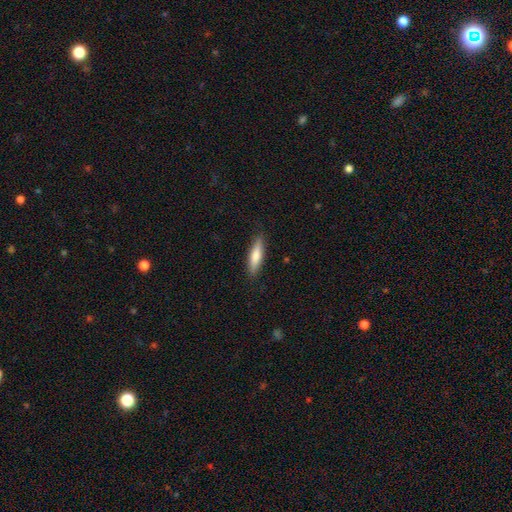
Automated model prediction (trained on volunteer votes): smooth-or-featured: smooth: 74% | featured or disk: 21% | star or artifact: 5%
  how-rounded: cigar-shaped: 73% | in between: 25% | round: 2%
  merging: none: 86% | minor disturbance: 11% | major disturbance: 2% | merger: 1%